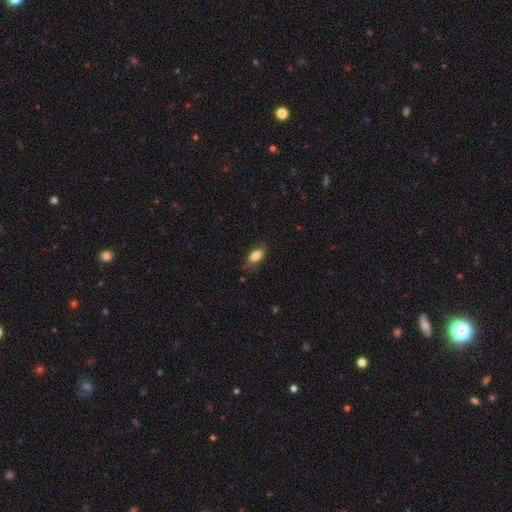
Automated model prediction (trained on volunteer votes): A smooth galaxy with no disk features (81%) that is in between round and cigar-shaped (87%). Merging: none (74%).